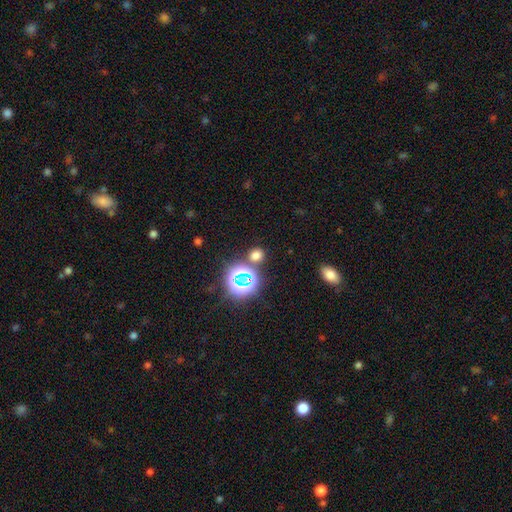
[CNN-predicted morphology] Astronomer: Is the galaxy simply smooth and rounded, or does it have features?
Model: smooth — 60%.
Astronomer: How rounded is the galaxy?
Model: round — 75%.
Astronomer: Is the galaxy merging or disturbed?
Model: none — 79%.